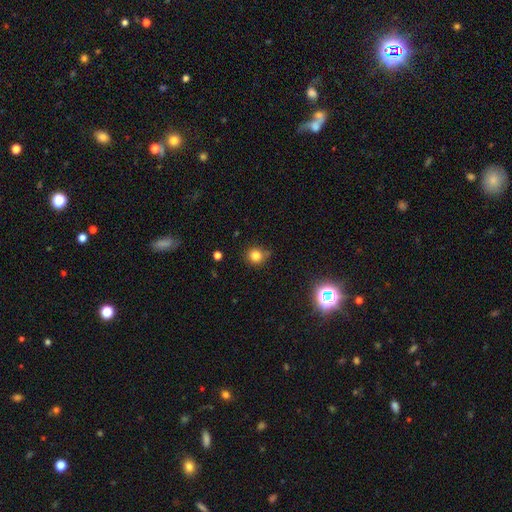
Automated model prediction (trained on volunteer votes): A smooth galaxy with no disk features (81%) that is round (88%).

Vote fractions:
- Smooth or featured? smooth: 81% / star or artifact: 14% / featured or disk: 5%
- How rounded? round: 88% / in between: 11% / cigar-shaped: 1%
- Merging? none: 73% / minor disturbance: 20% / major disturbance: 4% / merger: 3%